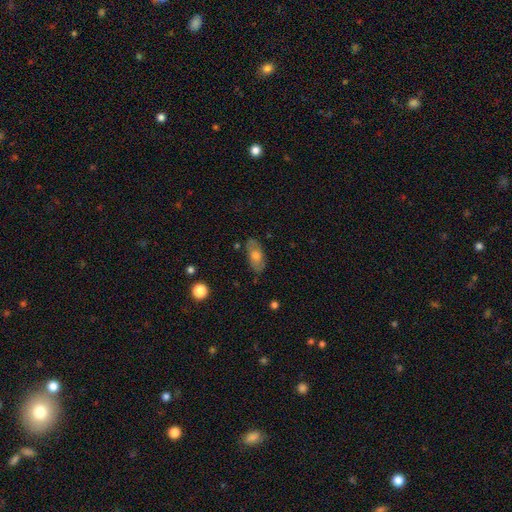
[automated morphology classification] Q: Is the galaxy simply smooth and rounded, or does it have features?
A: smooth — 61%.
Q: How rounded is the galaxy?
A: in between — 89%.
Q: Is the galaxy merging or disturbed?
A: none — 80%.